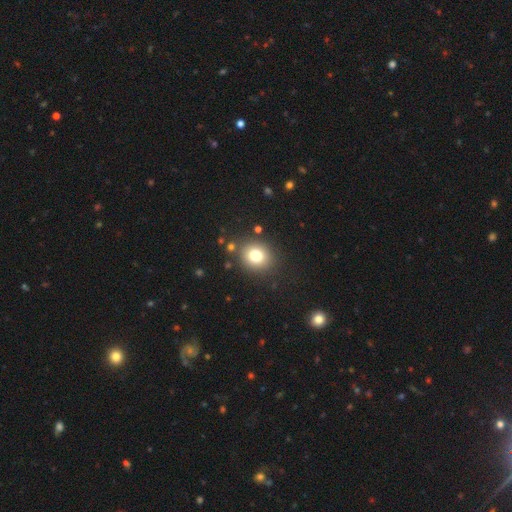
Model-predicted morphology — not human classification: Smooth or featured? smooth (78%)
How rounded? round (75%)
Merging? none (86%)